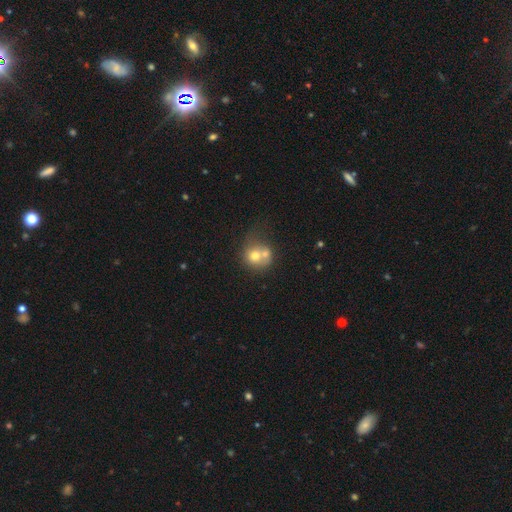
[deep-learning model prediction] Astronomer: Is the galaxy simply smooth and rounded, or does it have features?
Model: smooth — 65%.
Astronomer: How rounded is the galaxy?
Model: round — 76%.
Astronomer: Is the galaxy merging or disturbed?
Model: merger — 64%.